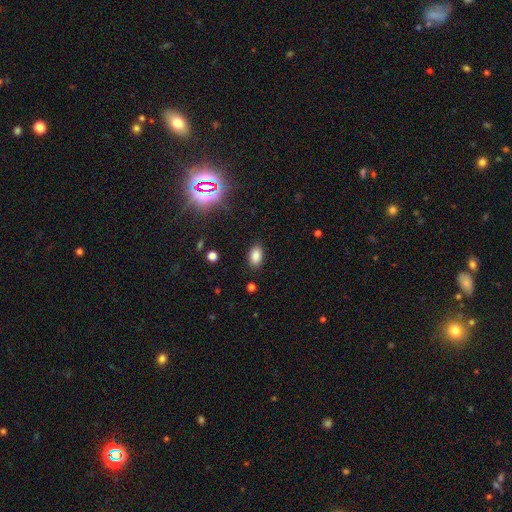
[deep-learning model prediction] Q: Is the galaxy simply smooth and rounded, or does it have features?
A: smooth — 82%.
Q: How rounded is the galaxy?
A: in between — 91%.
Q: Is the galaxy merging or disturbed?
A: none — 87%.